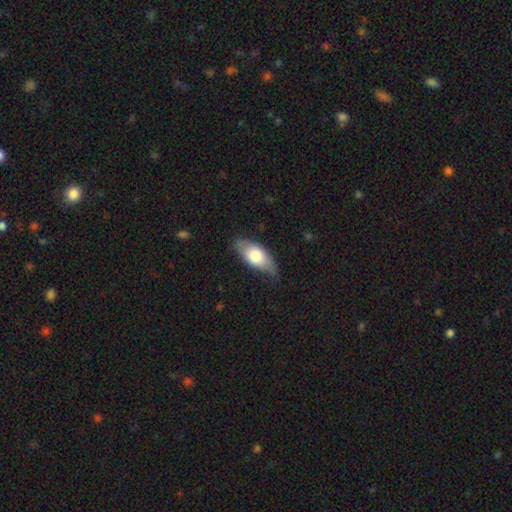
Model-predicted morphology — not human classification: Overall: smooth (68%). How rounded: in between (86%). Merging: none (66%; minor disturbance 27%).